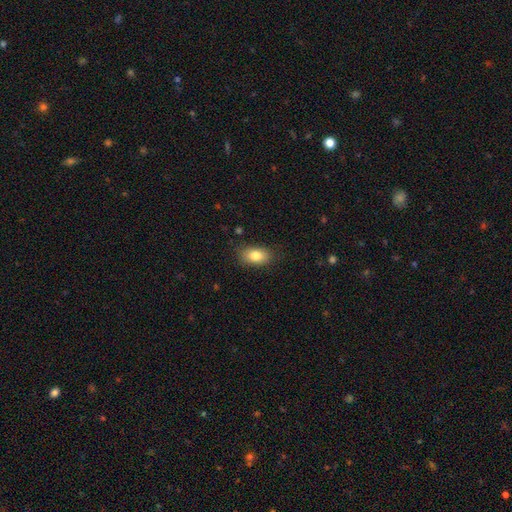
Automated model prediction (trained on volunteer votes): Smooth or featured? Predicted: smooth (p=0.81). How rounded? Predicted: in between (p=0.88). Merging? Predicted: none (p=0.84).